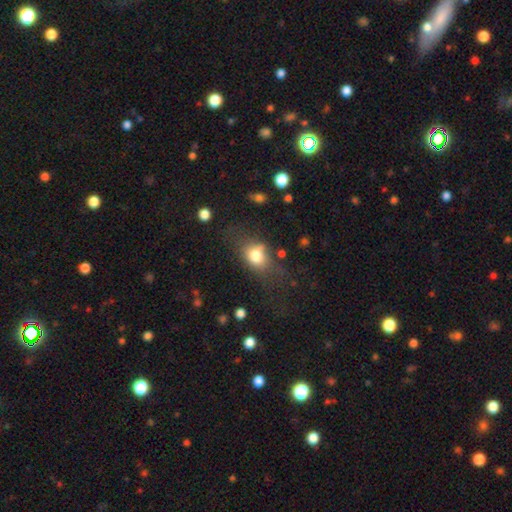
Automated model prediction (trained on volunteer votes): Morphology: type=smooth (75%); roundness=in between (64%); merging=none (49%).